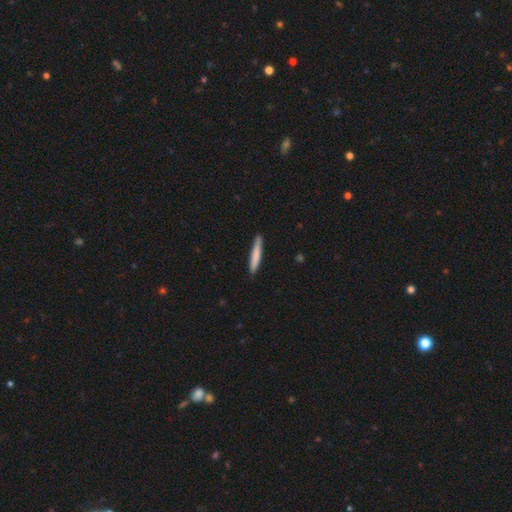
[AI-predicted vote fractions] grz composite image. It shows a smooth galaxy with no disk features (76%) that is cigar-shaped (95%). Merging: none (89%).